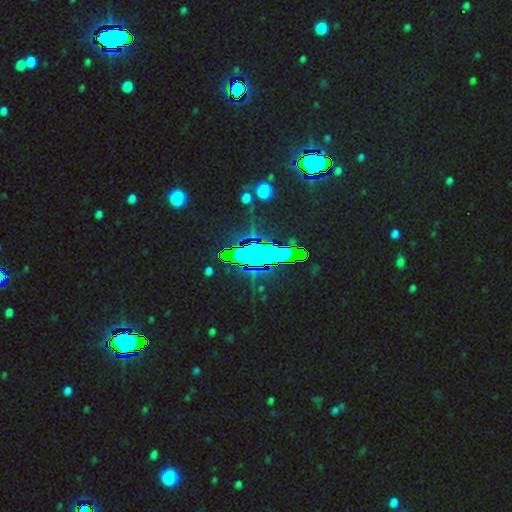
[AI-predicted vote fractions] star or artifact 72%, smooth 18%, featured or disk 10%.